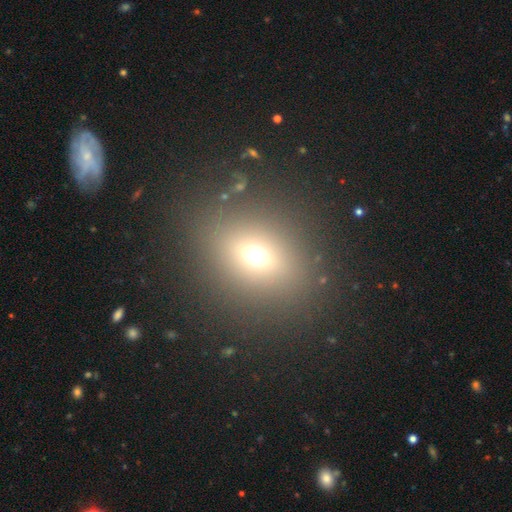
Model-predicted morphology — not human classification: A smooth galaxy with no disk features (61%) that is round (48%, tied with in between).

Vote fractions:
- Smooth or featured? smooth: 61% / star or artifact: 23% / featured or disk: 16%
- How rounded? round: 48% (tied) / in between: 48% (tied) / cigar-shaped: 3%
- Merging? none: 86% / minor disturbance: 8% / major disturbance: 4% / merger: 2%